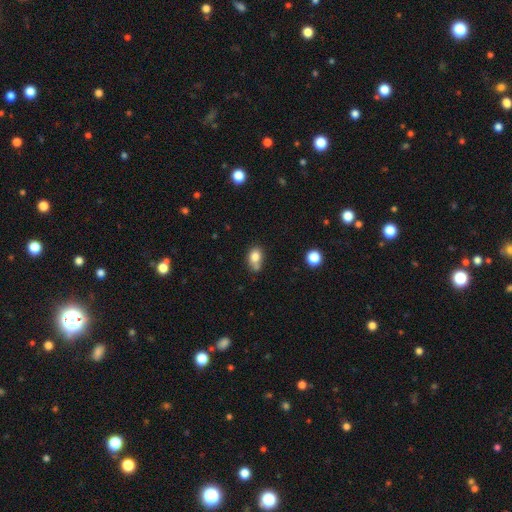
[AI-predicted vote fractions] Smooth or featured? Predicted: smooth (p=0.80). How rounded? Predicted: in between (p=0.69). Merging? Predicted: none (p=0.44).